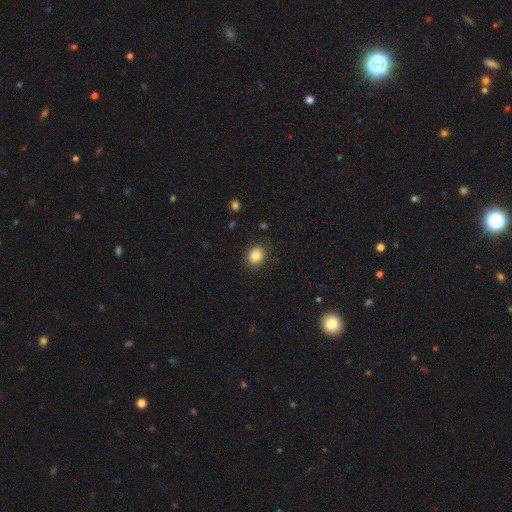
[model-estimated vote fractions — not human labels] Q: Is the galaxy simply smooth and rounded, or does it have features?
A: smooth — 83%.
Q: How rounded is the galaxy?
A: round — 53%.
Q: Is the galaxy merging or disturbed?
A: none — 86%.